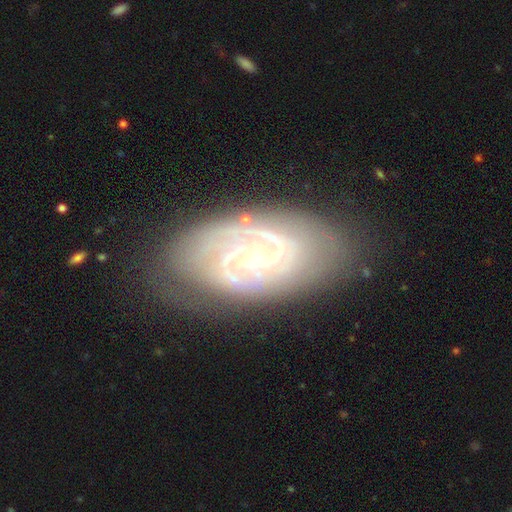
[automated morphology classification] A featured or disk galaxy (88%) with no bar (67%), 2 (47%) tight (70%) spiral arms (96%) and a small central bulge (71%).

Vote fractions:
- Smooth or featured? featured or disk: 88% / smooth: 7% / star or artifact: 5%
- Edge-on disk? no: 96% / yes: 4%
- Bar? no: 67% / weak: 25% / strong: 8%
- Spiral arms? yes: 96% / no: 4%
- Spiral winding? tight: 70% / medium: 26% / loose: 4%
- Spiral arm count? 2: 47% / can't tell: 20% / 3: 19% / 4: 6% / 1: 5% / more than 4: 4%
- Bulge size? small: 71% / moderate: 26% / large: 1% / none: 1% / dominant: 1%
- Merging? none: 77% / minor disturbance: 16% / major disturbance: 5% / merger: 2%